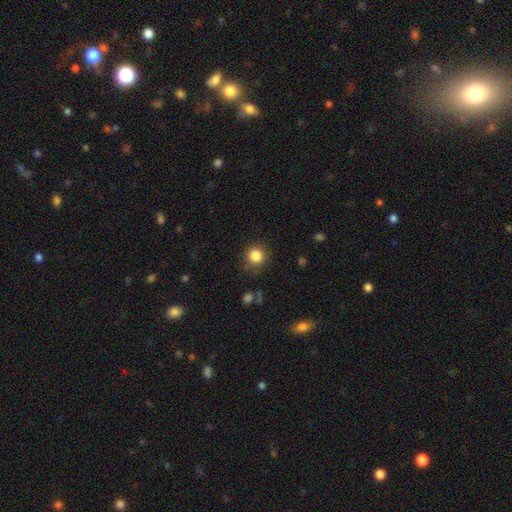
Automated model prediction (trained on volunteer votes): Smooth or featured? smooth (84%)
How rounded? round (91%)
Merging? none (80%)